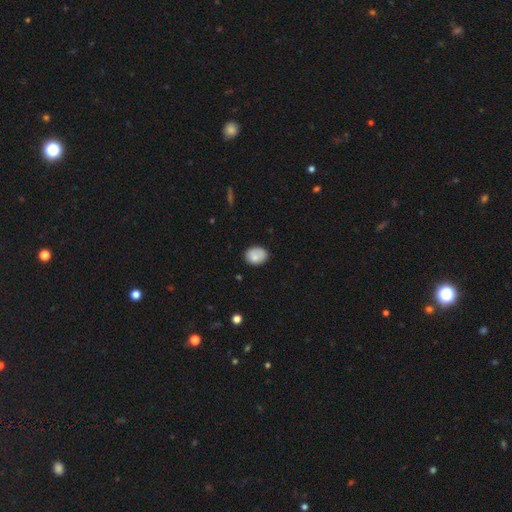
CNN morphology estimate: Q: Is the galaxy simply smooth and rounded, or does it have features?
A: smooth — 78%.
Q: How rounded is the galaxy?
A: in between — 54%.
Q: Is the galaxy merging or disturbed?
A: none — 75%.